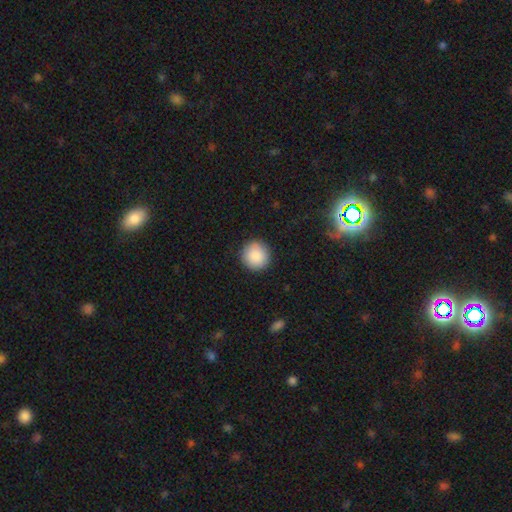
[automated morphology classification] type=smooth (88%); roundness=round (95%); merging=none (92%).